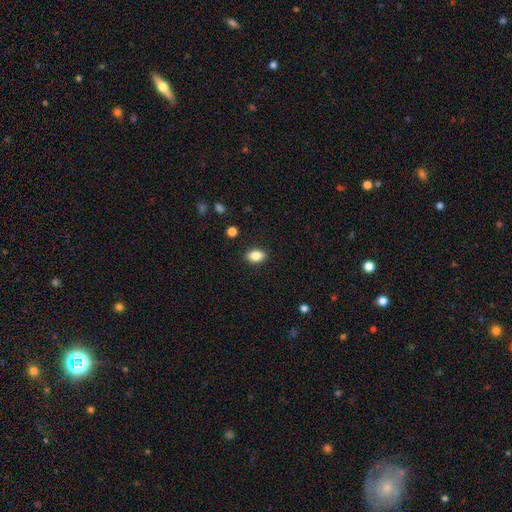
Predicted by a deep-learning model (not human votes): smooth-or-featured: smooth: 86% | star or artifact: 8% | featured or disk: 6%
  how-rounded: in between: 85% | round: 13% | cigar-shaped: 2%
  merging: none: 88% | minor disturbance: 8% | major disturbance: 2% | merger: 1%